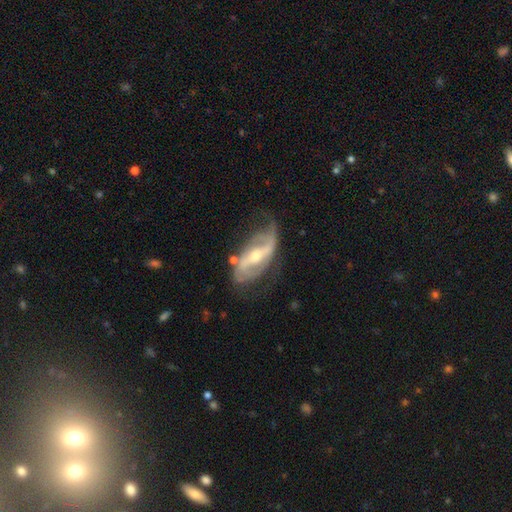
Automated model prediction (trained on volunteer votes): This appears to be a featured or disk galaxy (86%) with a strong bar (50%), 2 (81%) loose (45%) spiral arms (91%) and a moderate central bulge (60%). Merging: none (58%).